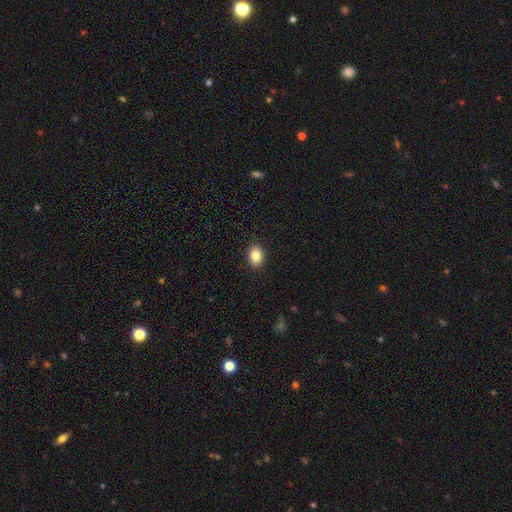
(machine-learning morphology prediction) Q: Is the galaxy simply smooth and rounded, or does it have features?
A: smooth — 85%.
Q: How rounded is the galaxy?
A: in between — 72%.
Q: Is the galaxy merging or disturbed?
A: none — 90%.